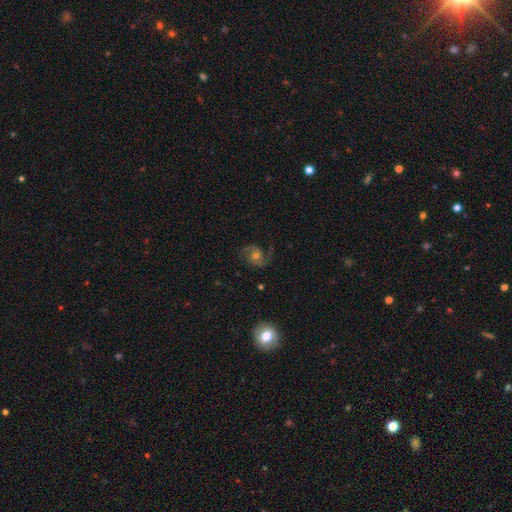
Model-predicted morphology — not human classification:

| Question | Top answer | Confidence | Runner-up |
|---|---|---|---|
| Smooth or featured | featured or disk | 86% | star or artifact (8%) |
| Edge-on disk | no | 98% | yes (2%) |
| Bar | no | 66% | weak (28%) |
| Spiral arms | yes | 98% | no (2%) |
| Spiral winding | medium | 58% | loose (23%) |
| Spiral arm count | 2 | 91% | can't tell (2%) |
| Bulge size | moderate | 57% | small (34%) |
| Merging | none | 79% | minor disturbance (13%) |